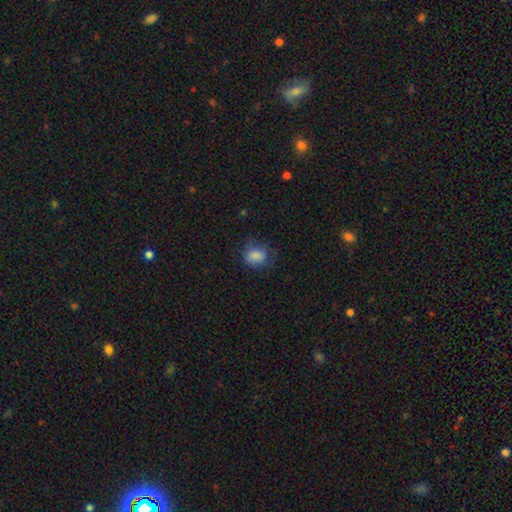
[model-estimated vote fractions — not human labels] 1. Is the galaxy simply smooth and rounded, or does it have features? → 83% smooth, 9% star or artifact, 7% featured or disk.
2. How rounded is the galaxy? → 53% round, 46% in between, 1% cigar-shaped.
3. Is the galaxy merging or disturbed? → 65% none, 24% minor disturbance, 10% major disturbance, 1% merger.